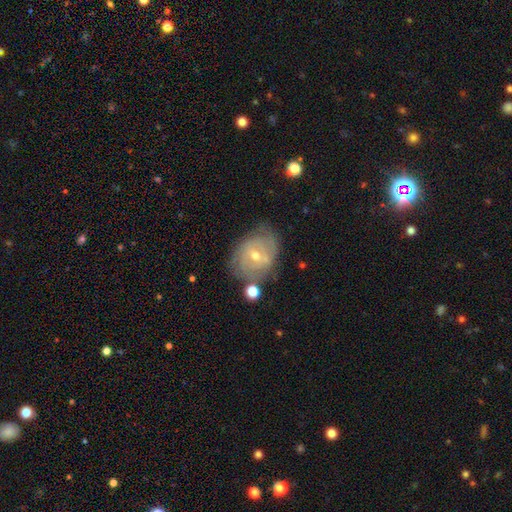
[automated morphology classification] Smooth or featured: featured or disk — 74% (smooth — 18%)
Edge-on disk: no — 96% (yes — 4%)
Bar: weak — 53% (no — 32%)
Spiral arms: yes — 84% (no — 16%)
Spiral winding: tight — 60% (medium — 30%)
Spiral arm count: can't tell — 42% (2 — 33%)
Bulge size: small — 52% (moderate — 45%)
Merging: none — 65% (minor disturbance — 21%)